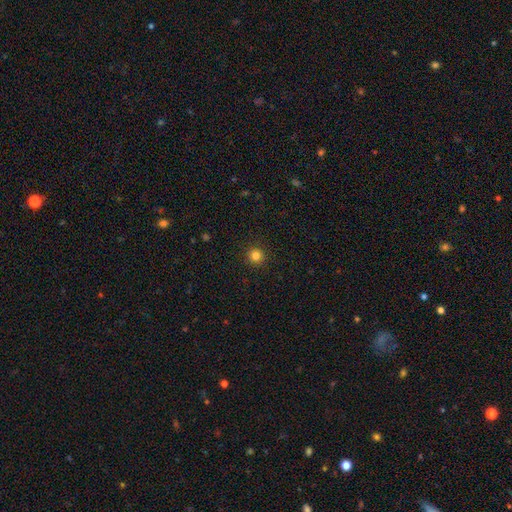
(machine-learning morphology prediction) Smooth or featured? Predicted: smooth (p=0.82). How rounded? Predicted: round (p=0.95). Merging? Predicted: none (p=0.93).